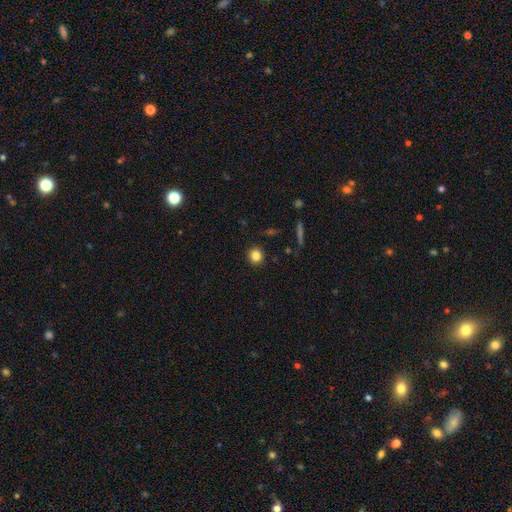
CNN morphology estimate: This is clearly a smooth galaxy (83%). How rounded: clearly round (91%). Merging: clearly none (91%).